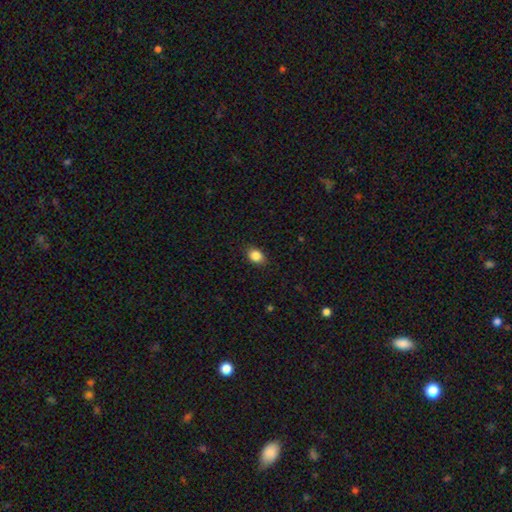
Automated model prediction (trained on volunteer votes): smooth-or-featured: smooth: 85% | star or artifact: 10% | featured or disk: 5%
  how-rounded: in between: 63% | round: 36% | cigar-shaped: 1%
  merging: none: 87% | minor disturbance: 10% | major disturbance: 2% | merger: 1%